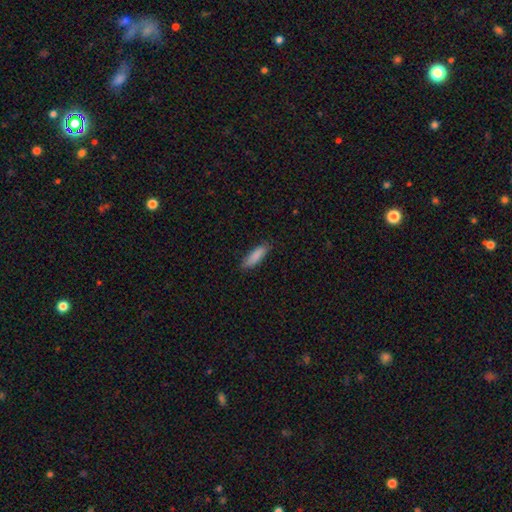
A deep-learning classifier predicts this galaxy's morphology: A smooth galaxy with no disk features (87%) that is cigar-shaped (60%). Merging: none (84%).